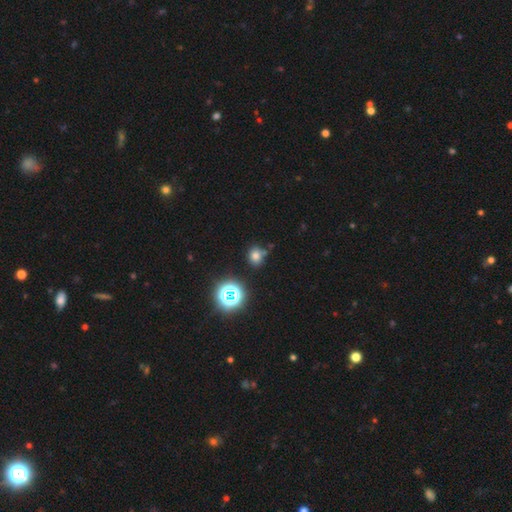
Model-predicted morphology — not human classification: smooth 71%, star or artifact 22%, featured or disk 8%. Down the decision tree: how rounded — round (74%); merging — none (70%).